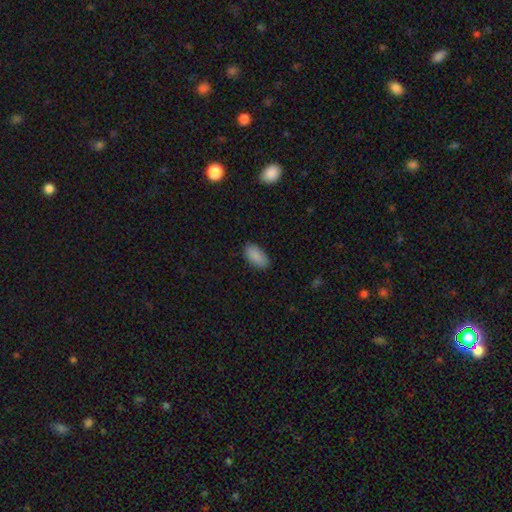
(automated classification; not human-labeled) Morphology: type=smooth (89%); roundness=in between (94%); merging=none (86%).